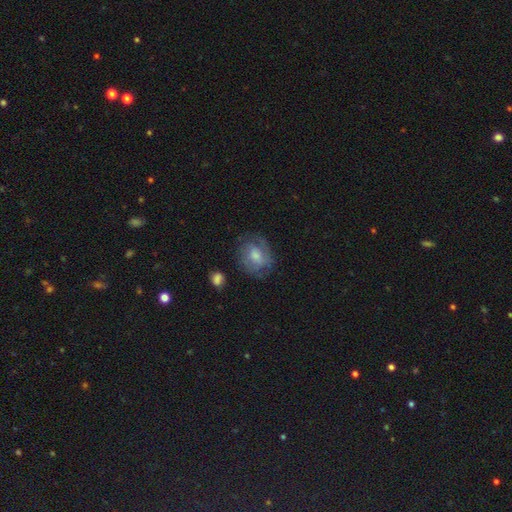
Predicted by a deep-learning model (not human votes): The model was most divided on "smooth or featured": smooth: 47%, featured or disk: 46%, star or artifact: 8%. More confident: merging — none (62%).